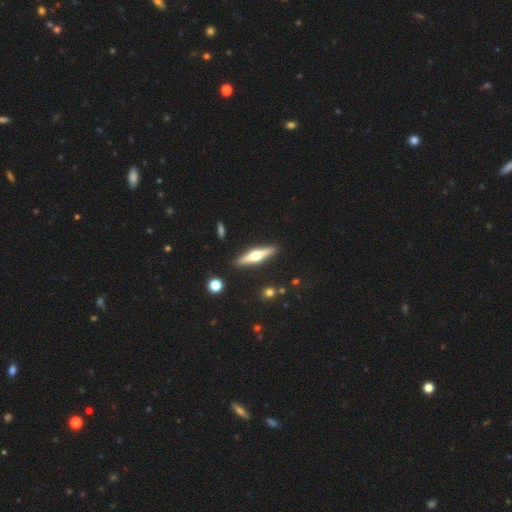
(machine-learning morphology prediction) This appears to be a featured or disk galaxy (66%) viewed edge-on (96%) with a rounded central bulge (95%). Merging: none (90%).